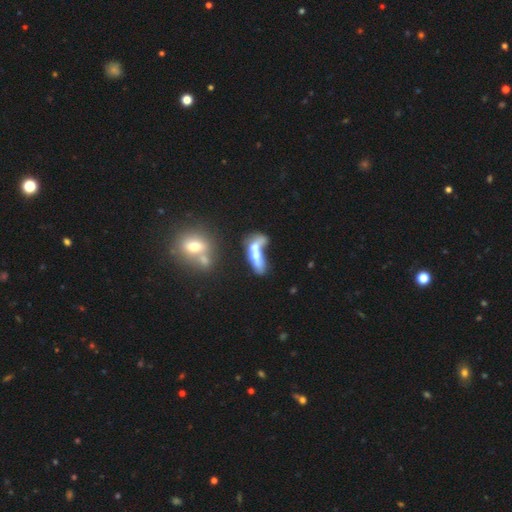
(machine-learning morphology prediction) Smooth or featured? Predicted: smooth (p=0.49). Merging? Predicted: merger (p=0.69).